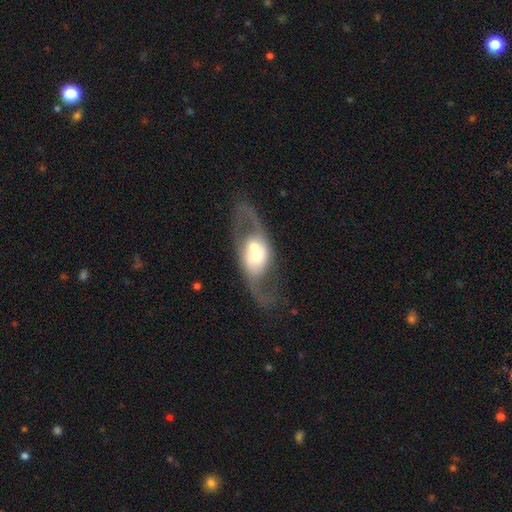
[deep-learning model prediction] Smooth or featured? Predicted: featured or disk (p=0.72). Edge-on disk? Predicted: no (p=0.90). Bar? Predicted: no (p=0.68). Spiral arms? Predicted: yes (p=0.61). Bulge size? Predicted: moderate (p=0.57). Merging? Predicted: none (p=0.46).